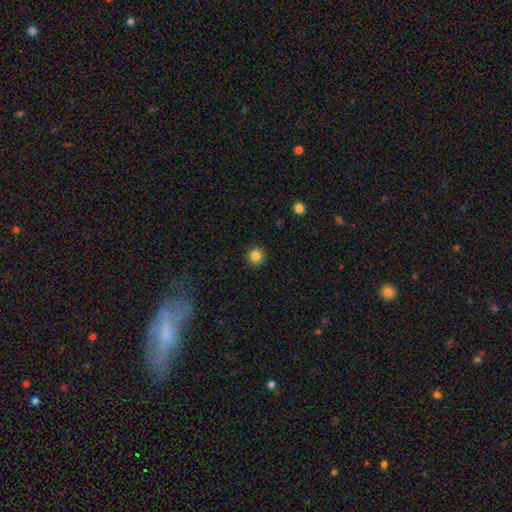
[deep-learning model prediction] Smooth or featured?
  - smooth: 85% *
  - star or artifact: 11%
  - featured or disk: 4%
How rounded?
  - round: 95% *
  - in between: 4%
  - cigar-shaped: 1%
Merging?
  - none: 92% *
  - minor disturbance: 5%
  - major disturbance: 2%
  - merger: 1%